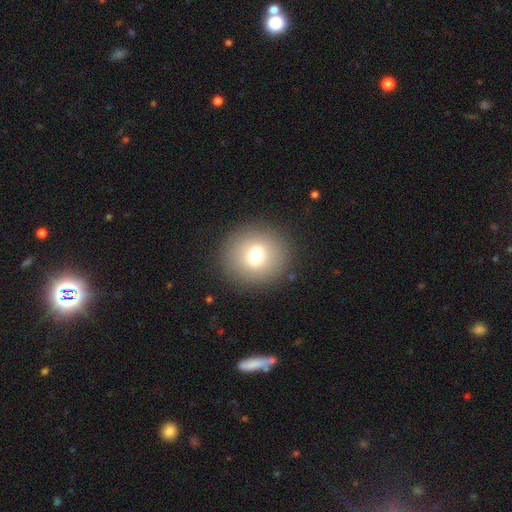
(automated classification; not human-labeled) Smooth or featured? smooth (72%)
How rounded? round (88%)
Merging? none (89%)